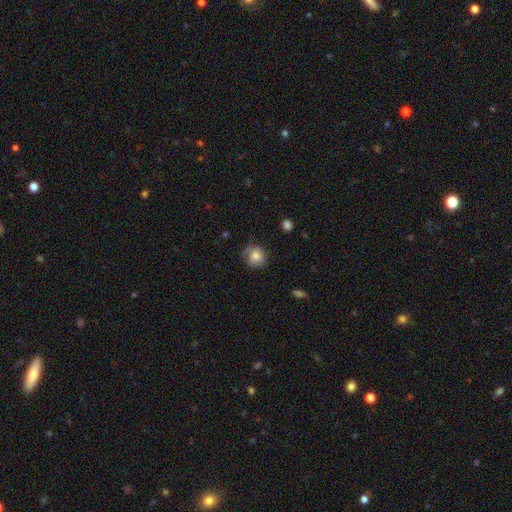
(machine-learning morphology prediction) smooth_or_featured: smooth (p=0.79) [alt: featured or disk p=0.12]
how_rounded: round (p=0.86) [alt: in between p=0.13]
merging: none (p=0.62) [alt: minor disturbance p=0.27]